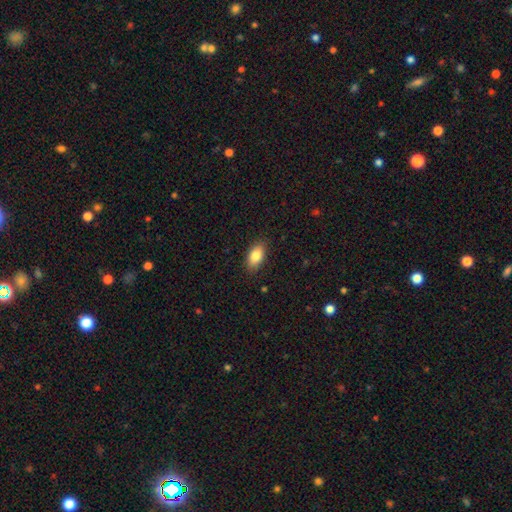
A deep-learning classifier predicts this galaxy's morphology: smooth_or_featured: smooth (p=0.83) [alt: featured or disk p=0.09]
how_rounded: in between (p=0.90) [alt: round p=0.05]
merging: none (p=0.87) [alt: minor disturbance p=0.10]